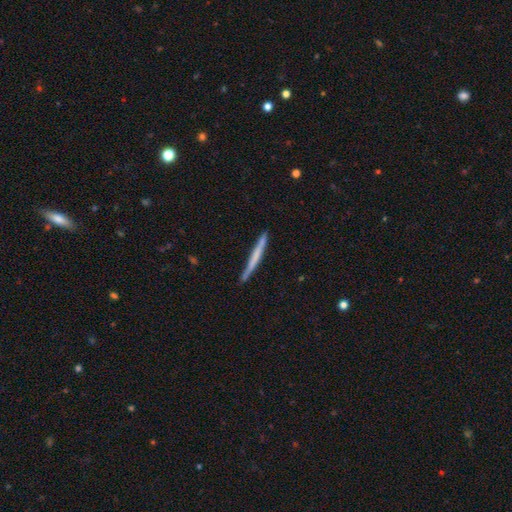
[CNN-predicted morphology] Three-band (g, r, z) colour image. It shows a smooth galaxy with no disk features (54%) that is cigar-shaped (97%). Merging: none (86%).